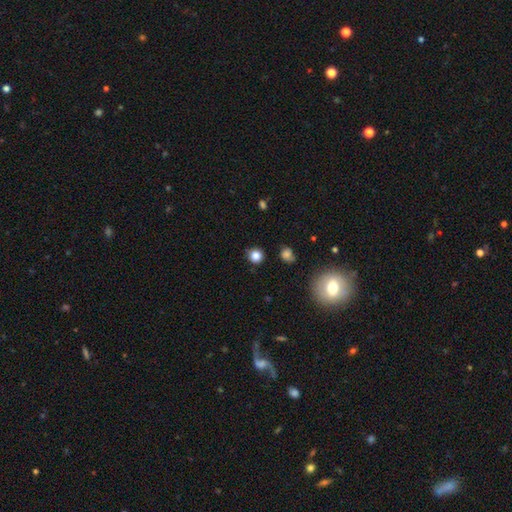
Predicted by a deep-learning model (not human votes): Smooth or featured: smooth — 82% (star or artifact — 14%)
How rounded: round — 91% (in between — 8%)
Merging: none — 86% (minor disturbance — 10%)